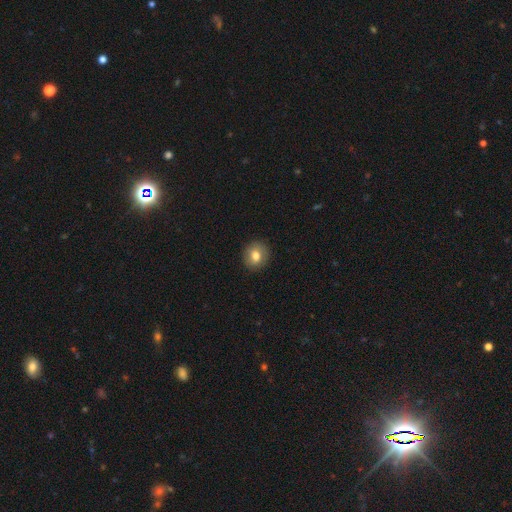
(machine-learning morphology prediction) A smooth galaxy with no disk features (78%) that is round (78%). Merging: none (90%).